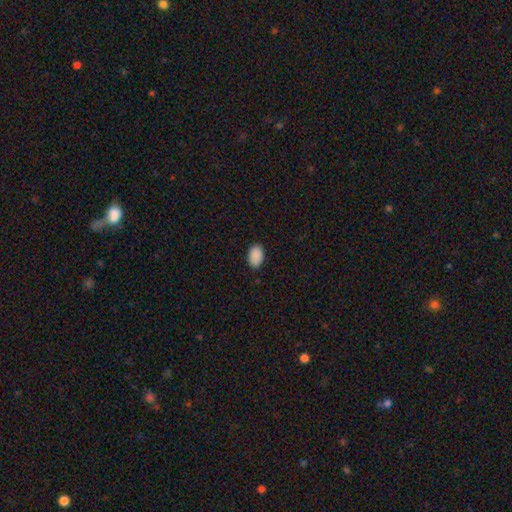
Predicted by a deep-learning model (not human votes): Smooth or featured? Predicted: smooth (p=0.90). How rounded? Predicted: in between (p=0.92). Merging? Predicted: none (p=0.87).